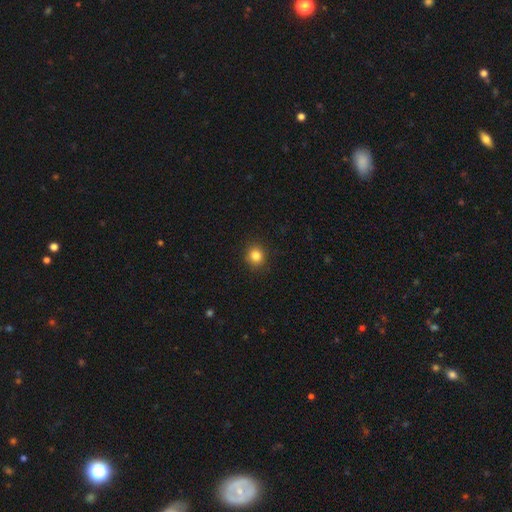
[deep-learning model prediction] This appears to be a smooth galaxy with no disk features (84%) that is round (84%). Merging: none (91%).